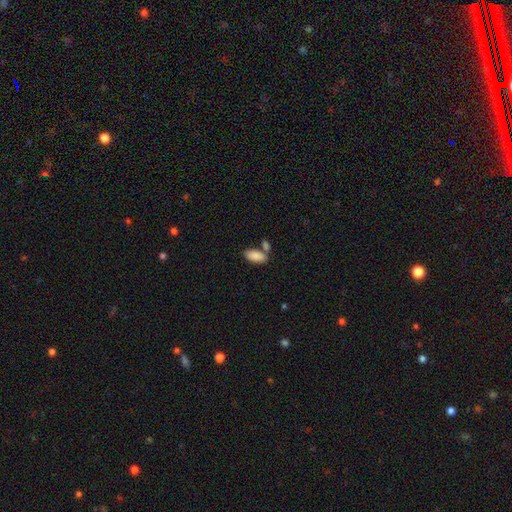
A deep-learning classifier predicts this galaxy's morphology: smooth 87%, star or artifact 7%, featured or disk 6%. Down the decision tree: how rounded — in between (92%); merging — none (58%).